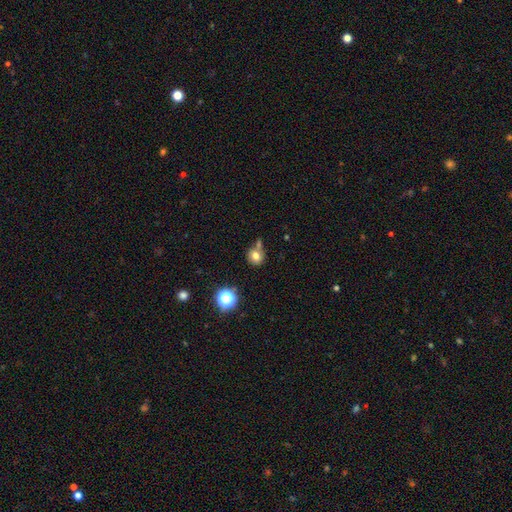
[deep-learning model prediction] This appears to be a smooth galaxy with no disk features (76%) that is round (78%). Merging: none (56%).